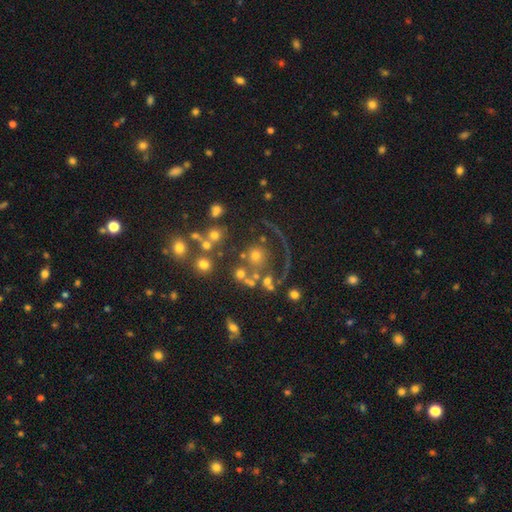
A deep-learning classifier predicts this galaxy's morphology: Smooth or featured: smooth — 51% (featured or disk — 28%)
How rounded: round — 87% (in between — 12%)
Merging: none — 53% (merger — 19%)